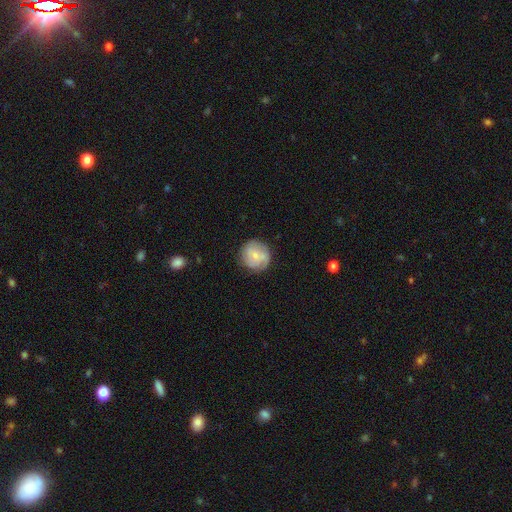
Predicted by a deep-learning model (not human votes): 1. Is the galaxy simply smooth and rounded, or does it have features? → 54% smooth, 38% featured or disk, 7% star or artifact.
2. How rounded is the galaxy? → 92% round, 7% in between, 1% cigar-shaped.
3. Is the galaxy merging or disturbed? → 80% none, 15% minor disturbance, 4% major disturbance, 1% merger.